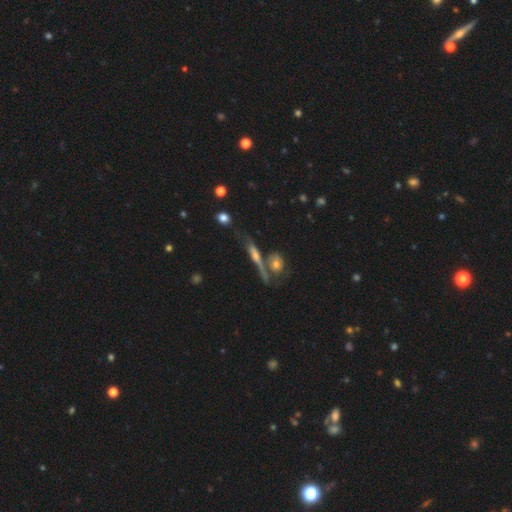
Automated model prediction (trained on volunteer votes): This appears to be a featured or disk galaxy (57%) viewed edge-on (87%). Merging: none (61%).